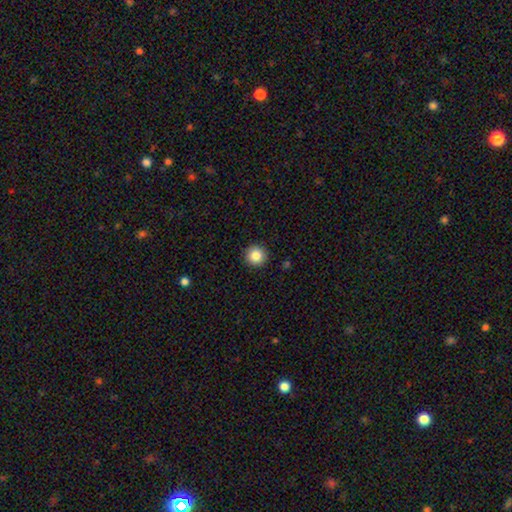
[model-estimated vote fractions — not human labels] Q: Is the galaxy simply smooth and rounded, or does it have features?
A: smooth — 85%.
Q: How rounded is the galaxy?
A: round — 96%.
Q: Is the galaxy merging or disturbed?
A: none — 93%.